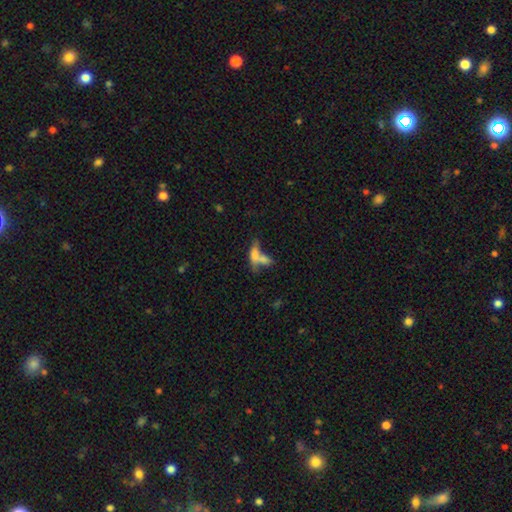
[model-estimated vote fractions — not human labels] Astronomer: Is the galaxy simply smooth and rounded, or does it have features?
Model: smooth — 60%.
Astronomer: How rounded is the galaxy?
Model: in between — 57% (runner-up: cigar-shaped, 37%).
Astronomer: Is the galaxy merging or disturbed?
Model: merger — 57%.